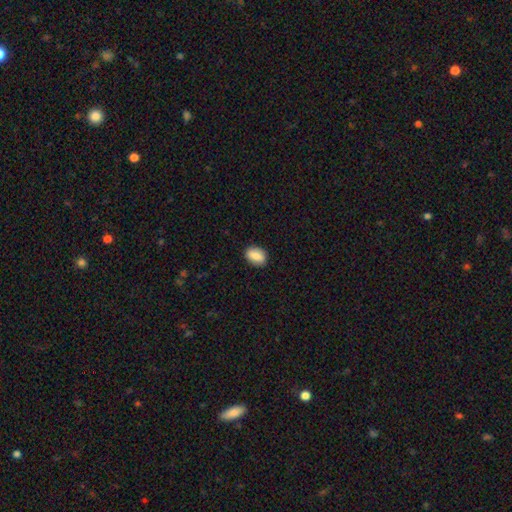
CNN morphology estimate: Smooth or featured: smooth — 86% (star or artifact — 7%)
How rounded: in between — 81% (round — 17%)
Merging: none — 88% (minor disturbance — 9%)